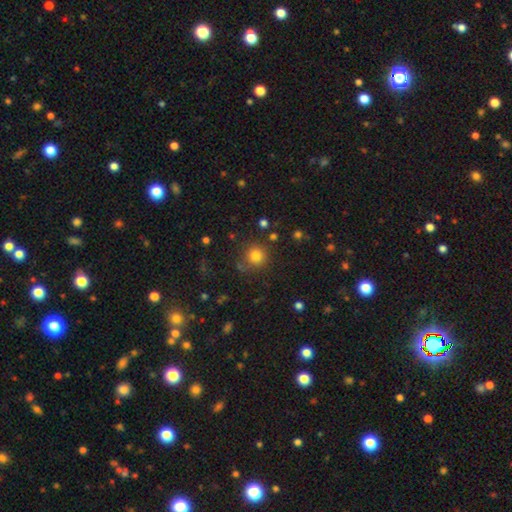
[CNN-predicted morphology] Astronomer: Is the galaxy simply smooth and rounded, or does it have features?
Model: smooth — 79%.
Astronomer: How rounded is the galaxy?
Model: round — 93%.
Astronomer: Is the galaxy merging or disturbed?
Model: none — 78%.